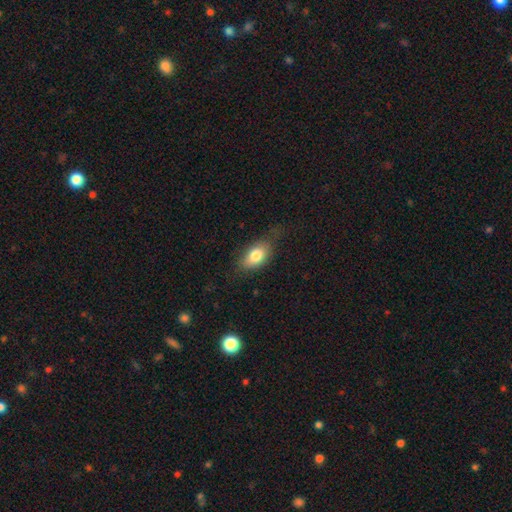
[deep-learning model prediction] Smooth or featured? smooth (80%)
How rounded? in between (88%)
Merging? none (64%)